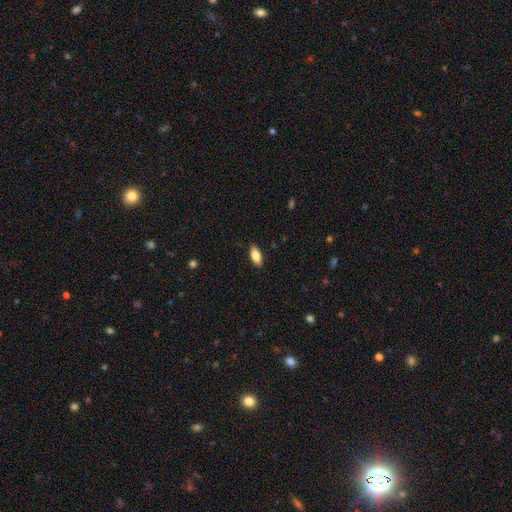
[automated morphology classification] Smooth or featured? Predicted: smooth (p=0.82). How rounded? Predicted: in between (p=0.83). Merging? Predicted: none (p=0.88).